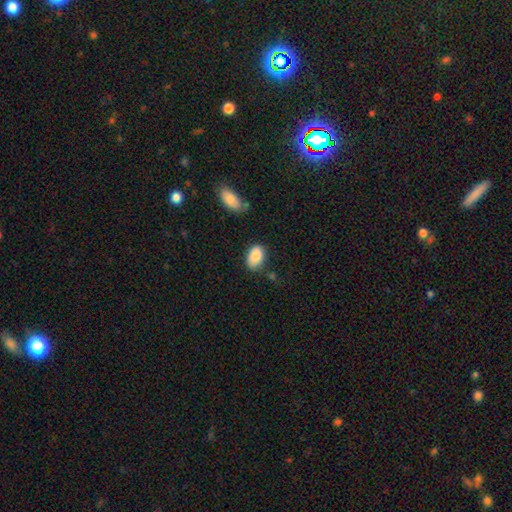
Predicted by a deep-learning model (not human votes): Smooth or featured? smooth (86%)
How rounded? in between (90%)
Merging? none (73%)